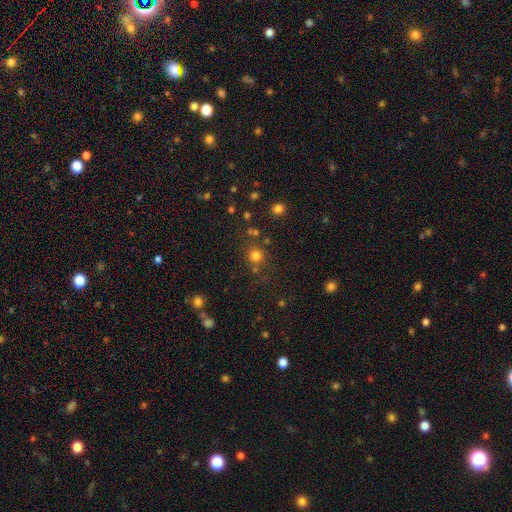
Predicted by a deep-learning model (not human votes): This is likely a smooth galaxy (77%). How rounded: clearly round (90%). Merging: likely none (76%).